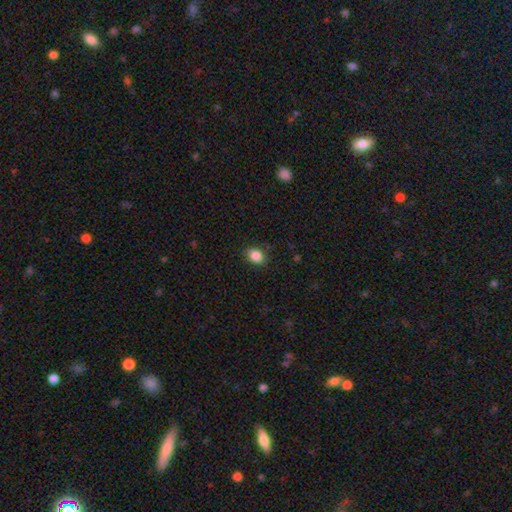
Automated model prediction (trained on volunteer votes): A smooth galaxy with no disk features (87%) that is in between round and cigar-shaped (60%). Merging: none (86%).